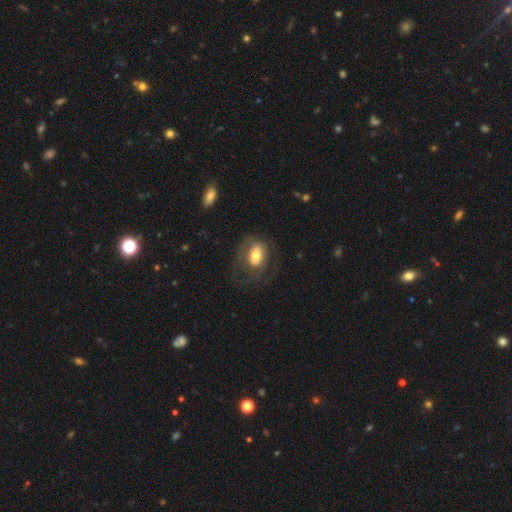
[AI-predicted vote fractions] Q: Smooth or featured?
A: smooth (59%); runner-up: featured or disk (33%)
Q: How rounded?
A: in between (80%); runner-up: round (18%)
Q: Merging?
A: none (52%); runner-up: major disturbance (26%)